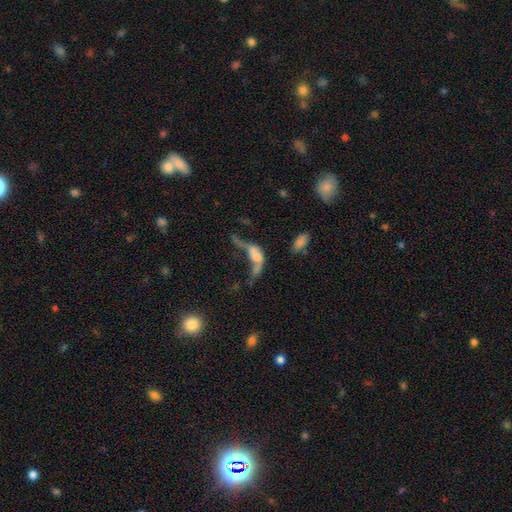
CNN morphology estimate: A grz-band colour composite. It shows a featured or disk galaxy (47%). Merging: major disturbance (40%).